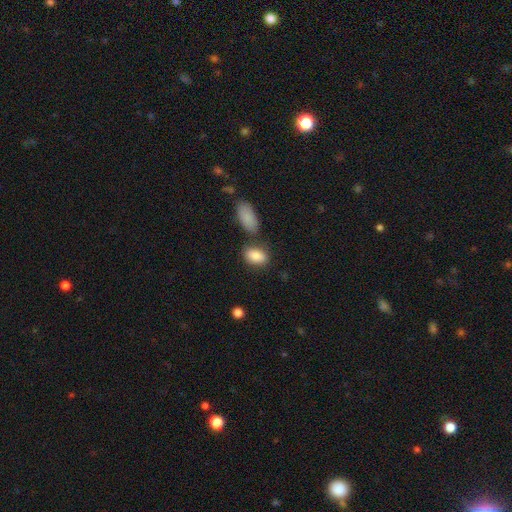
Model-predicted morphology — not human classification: Overall: smooth (86%). How rounded: in between (89%). Merging: none (66%).